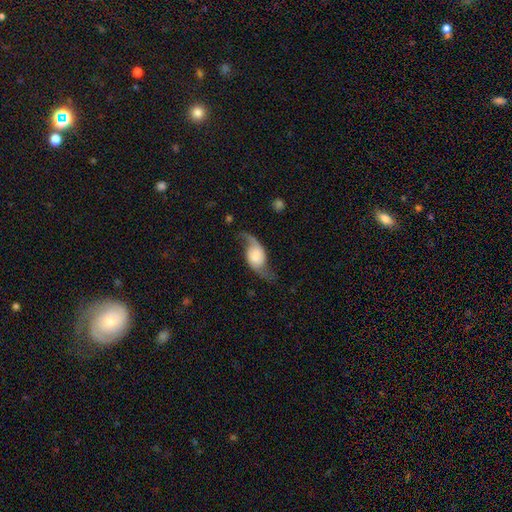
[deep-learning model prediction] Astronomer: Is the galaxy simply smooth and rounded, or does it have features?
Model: featured or disk — 75%.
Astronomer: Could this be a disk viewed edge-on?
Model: no — 94%.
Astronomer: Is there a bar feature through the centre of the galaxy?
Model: no — 61%.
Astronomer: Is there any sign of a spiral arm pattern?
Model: yes — 95%.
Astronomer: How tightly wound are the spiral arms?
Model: loose — 84%.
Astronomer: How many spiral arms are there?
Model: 2 — 91%.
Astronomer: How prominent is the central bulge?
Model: large — 28% (runner-up: dominant, 22%).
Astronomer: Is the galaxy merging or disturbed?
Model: none — 62%.